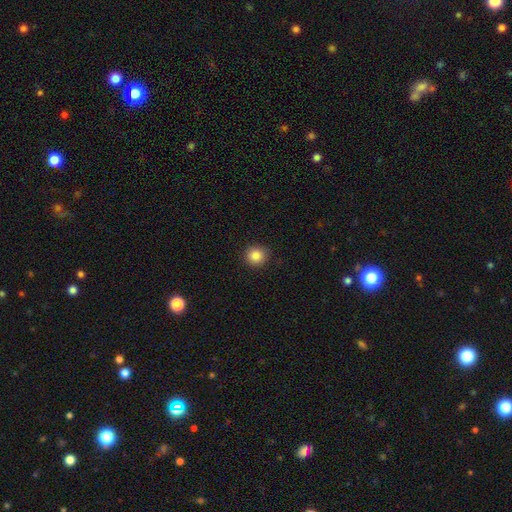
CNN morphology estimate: type=smooth (85%); roundness=round (91%); merging=none (90%).